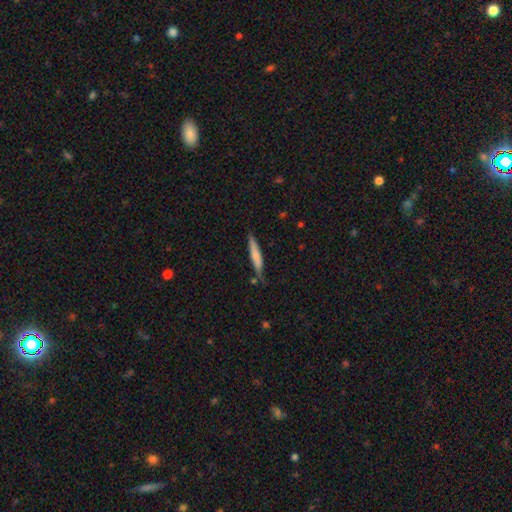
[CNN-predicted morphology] The model was most divided on "smooth or featured": smooth: 67%, featured or disk: 27%, star or artifact: 6%. More confident: how rounded — cigar-shaped (90%); merging — none (69%).